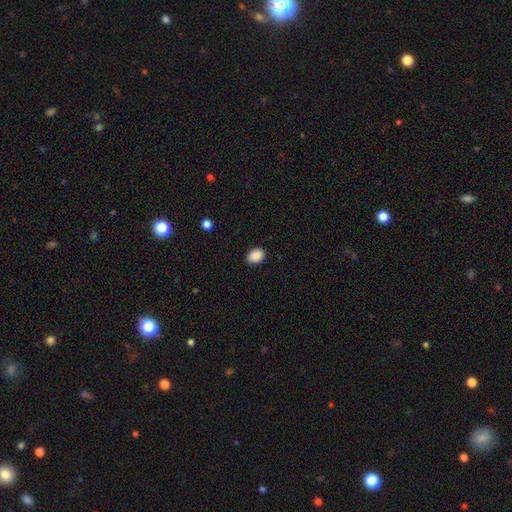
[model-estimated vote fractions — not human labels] smooth-or-featured: smooth: 89% | star or artifact: 8% | featured or disk: 3%
  how-rounded: in between: 77% | round: 22% | cigar-shaped: 1%
  merging: none: 85% | minor disturbance: 12% | major disturbance: 2% | merger: 1%